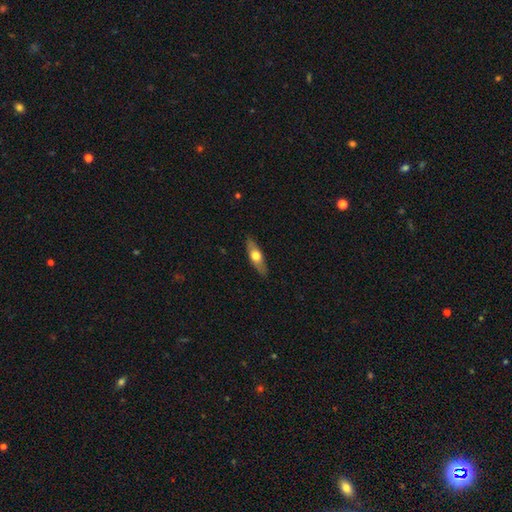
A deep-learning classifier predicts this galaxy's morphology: smooth-or-featured: smooth: 49% | featured or disk: 46% | star or artifact: 5%
  merging: none: 87% | minor disturbance: 10% | major disturbance: 2% | merger: 1%